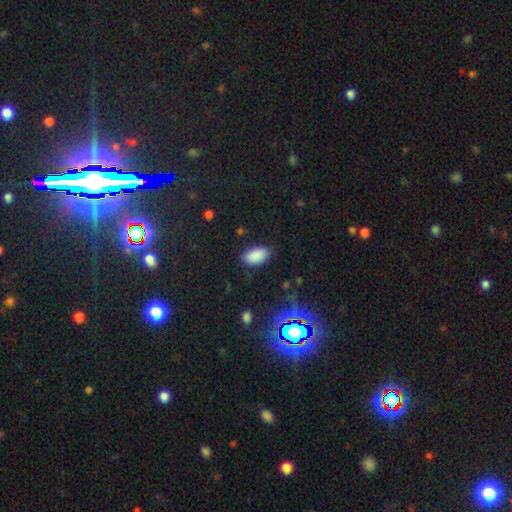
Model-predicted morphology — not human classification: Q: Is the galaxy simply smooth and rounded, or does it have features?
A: smooth — 86%.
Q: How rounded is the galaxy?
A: in between — 94%.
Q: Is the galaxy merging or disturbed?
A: none — 83%.